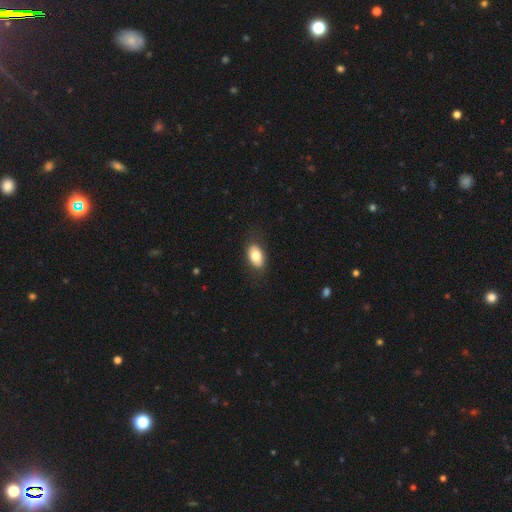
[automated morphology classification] A smooth galaxy with no disk features (80%) that is in between round and cigar-shaped (91%). Merging: none (83%).